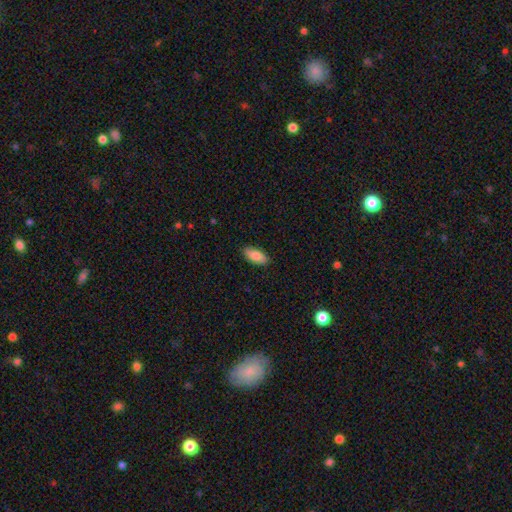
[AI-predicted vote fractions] The model was most divided on "how rounded": in between: 87%, cigar-shaped: 11%, round: 2%. More confident: merging — none (88%); smooth or featured — smooth (86%).